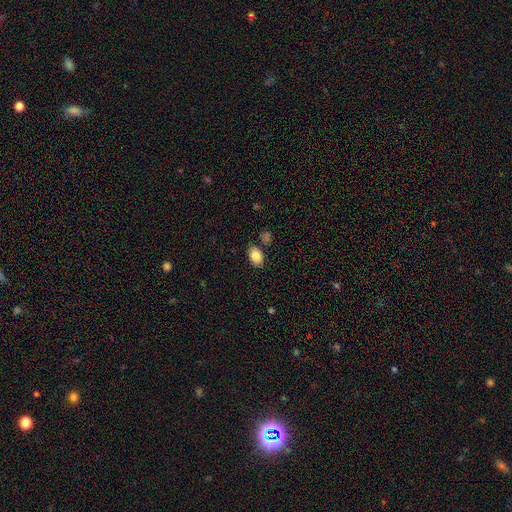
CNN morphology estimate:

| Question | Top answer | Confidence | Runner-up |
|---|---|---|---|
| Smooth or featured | smooth | 85% | featured or disk (8%) |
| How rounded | in between | 88% | round (11%) |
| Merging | none | 82% | minor disturbance (11%) |